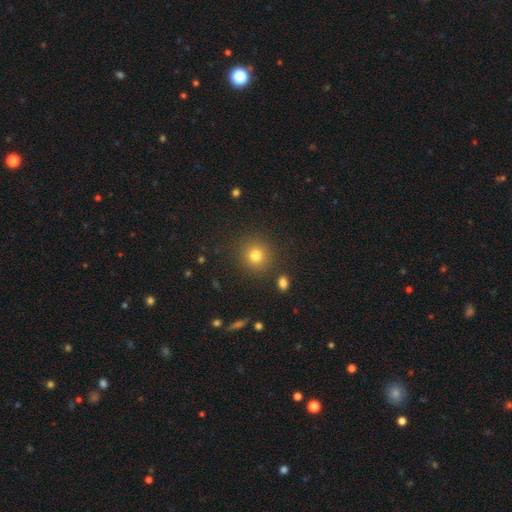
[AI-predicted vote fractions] smooth 79%, star or artifact 14%, featured or disk 7%. Down the decision tree: how rounded — round (91%); merging — none (88%).